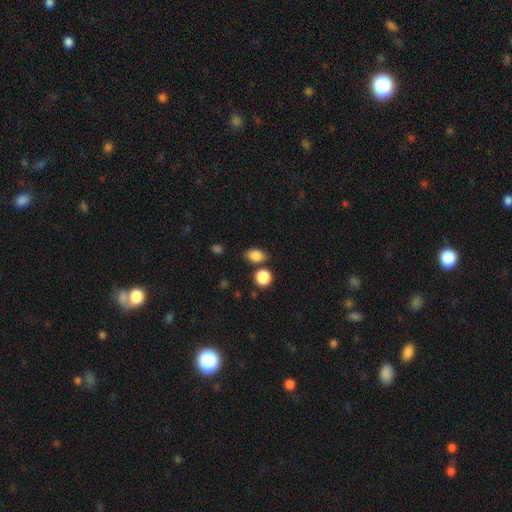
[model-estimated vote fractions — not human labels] smooth-or-featured: smooth: 85% | star or artifact: 10% | featured or disk: 5%
  how-rounded: in between: 74% | round: 24% | cigar-shaped: 2%
  merging: none: 71% | minor disturbance: 14% | merger: 11% | major disturbance: 4%